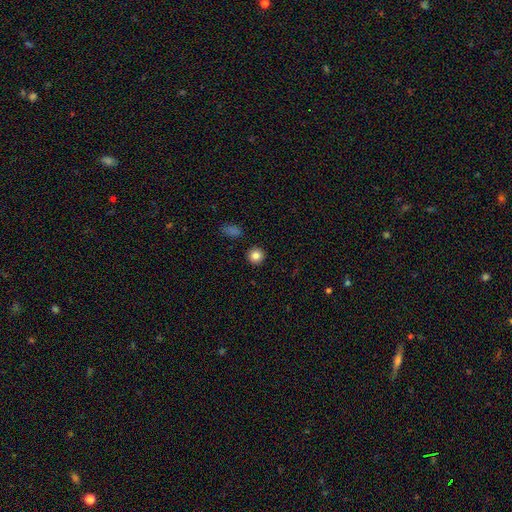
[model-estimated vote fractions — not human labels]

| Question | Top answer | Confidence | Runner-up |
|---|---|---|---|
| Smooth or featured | smooth | 84% | star or artifact (11%) |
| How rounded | round | 94% | in between (5%) |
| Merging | none | 92% | minor disturbance (5%) |